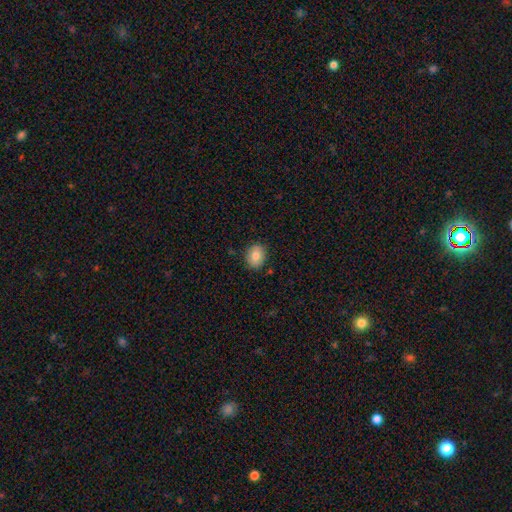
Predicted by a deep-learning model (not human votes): Smooth or featured? Predicted: smooth (p=0.83). How rounded? Predicted: in between (p=0.57). Merging? Predicted: none (p=0.86).